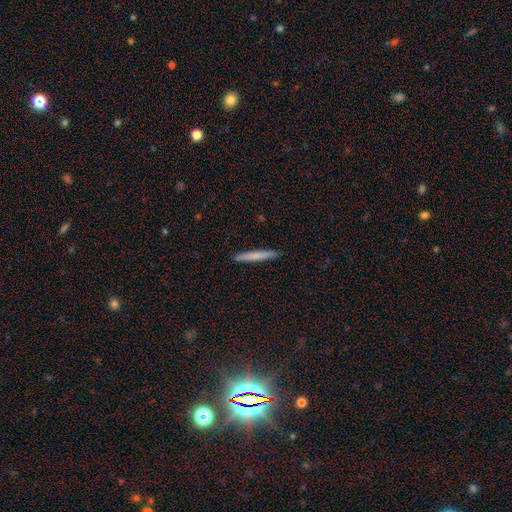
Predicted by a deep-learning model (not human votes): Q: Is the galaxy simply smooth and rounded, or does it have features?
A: smooth — 74%.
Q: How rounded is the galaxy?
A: cigar-shaped — 96%.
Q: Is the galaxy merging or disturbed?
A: none — 91%.